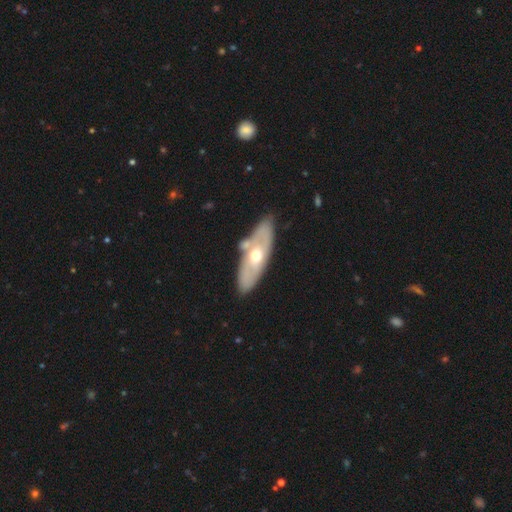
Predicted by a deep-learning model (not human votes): smooth_or_featured: featured or disk (p=0.57) [alt: smooth p=0.37]
disk_edge_on: no (p=0.72) [alt: yes p=0.28]
merging: none (p=0.68) [alt: minor disturbance p=0.15]